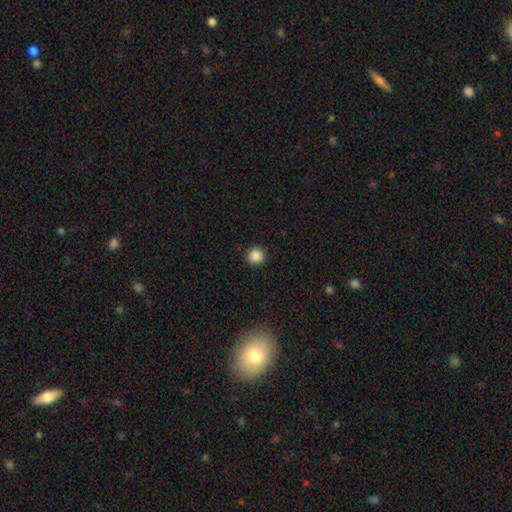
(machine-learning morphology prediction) A smooth galaxy with no disk features (87%) that is round (94%). Merging: none (93%).